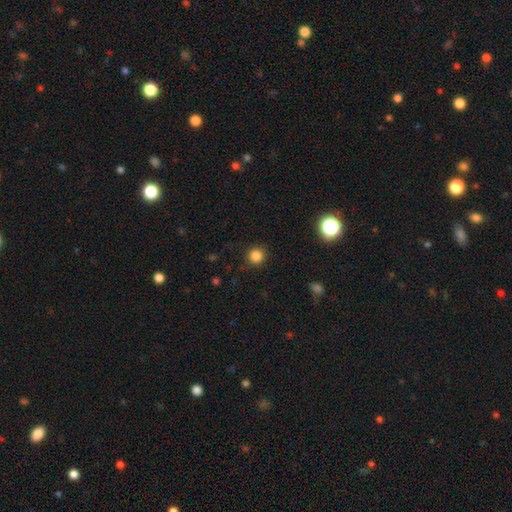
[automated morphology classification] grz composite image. It shows a smooth galaxy with no disk features (84%) that is round (94%). Merging: none (90%).